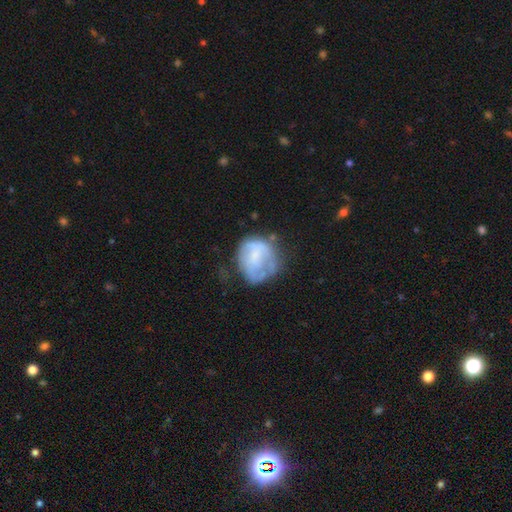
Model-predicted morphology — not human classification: A smooth galaxy with no disk features (50%). Merging: none (39%).